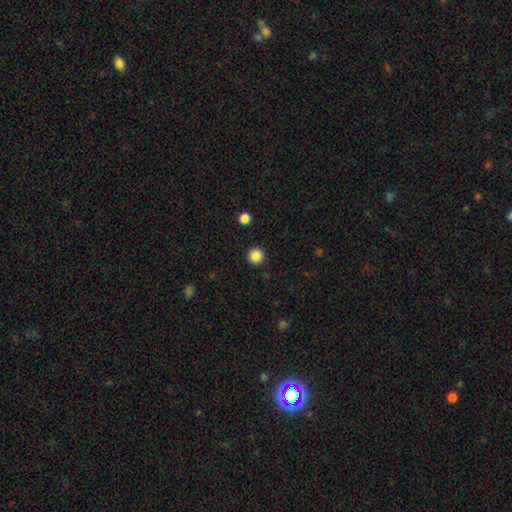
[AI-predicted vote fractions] Smooth or featured: smooth — 87% (star or artifact — 10%)
How rounded: round — 96% (in between — 3%)
Merging: none — 93% (minor disturbance — 4%)